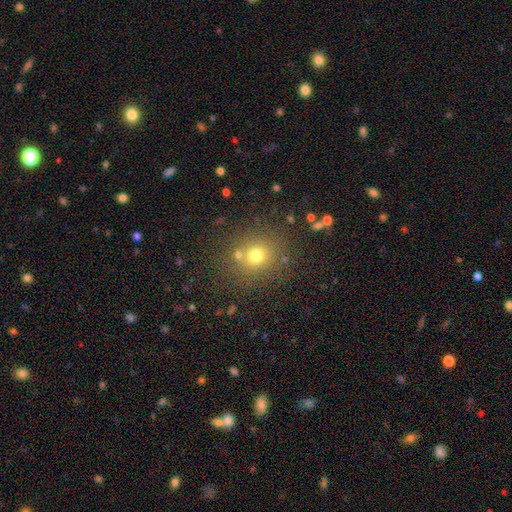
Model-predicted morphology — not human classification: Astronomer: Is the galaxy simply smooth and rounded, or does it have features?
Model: smooth — 70%.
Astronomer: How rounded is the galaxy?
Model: round — 79%.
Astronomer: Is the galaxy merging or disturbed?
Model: none — 77%.